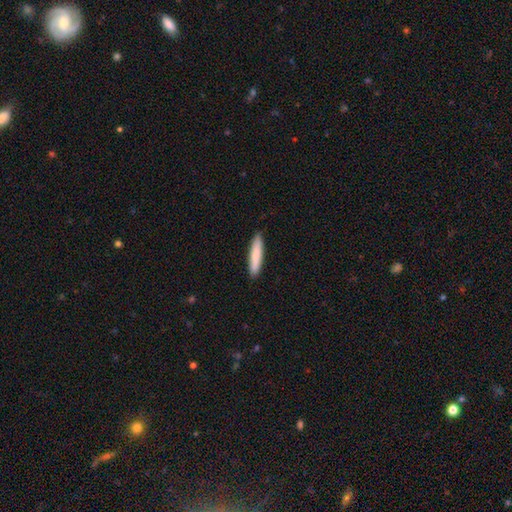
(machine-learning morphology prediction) The model was most divided on "smooth or featured": smooth: 84%, featured or disk: 10%, star or artifact: 5%. More confident: merging — none (89%); how rounded — cigar-shaped (88%).